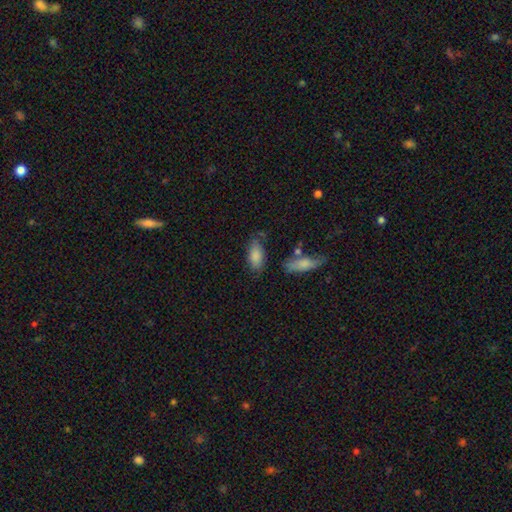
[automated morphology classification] The model was most divided on "merging": none: 67%, minor disturbance: 21%, merger: 6%, major disturbance: 6%. More confident: how rounded — in between (88%); smooth or featured — smooth (85%).